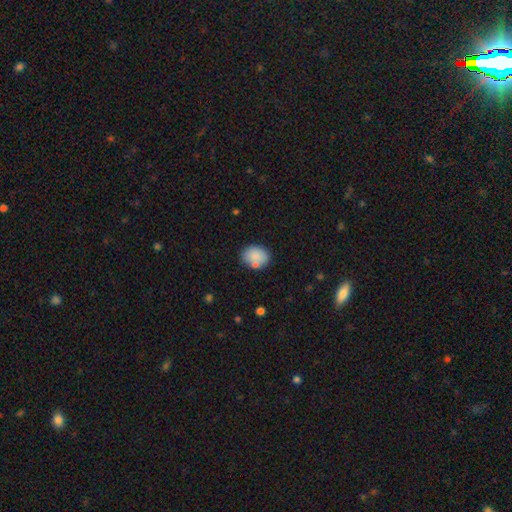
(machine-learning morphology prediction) A smooth galaxy with no disk features (85%) that is in between round and cigar-shaped (62%). Merging: none (71%).